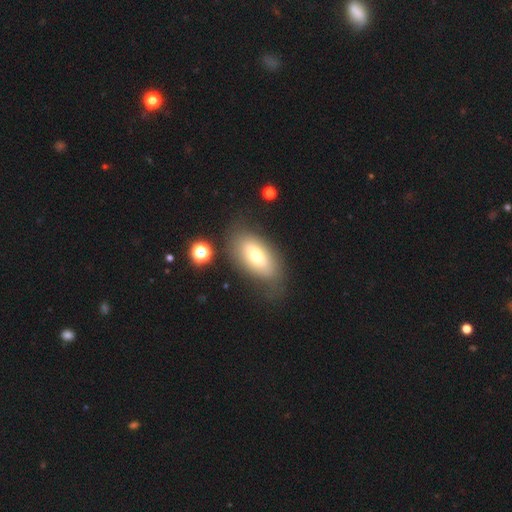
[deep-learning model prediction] smooth_or_featured: smooth (p=0.64) [alt: featured or disk p=0.27]
how_rounded: in between (p=0.88) [alt: cigar-shaped p=0.07]
merging: none (p=0.70) [alt: minor disturbance p=0.17]